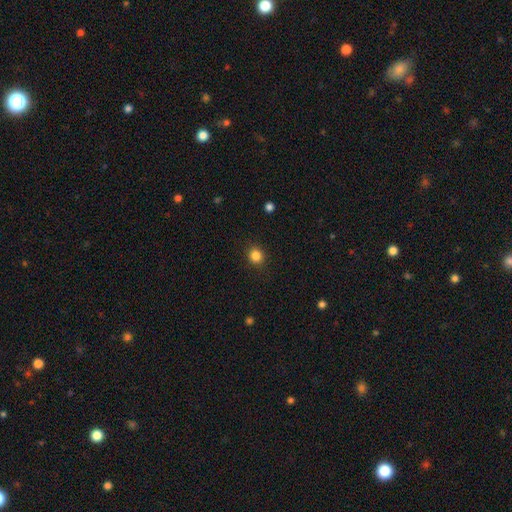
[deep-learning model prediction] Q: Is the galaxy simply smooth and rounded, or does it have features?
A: smooth — 85%.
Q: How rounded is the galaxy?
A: round — 83%.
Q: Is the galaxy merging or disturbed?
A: none — 90%.